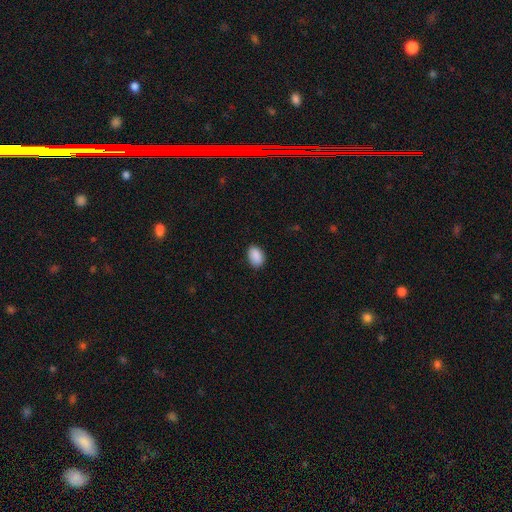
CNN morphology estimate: Smooth or featured?
  - smooth: 90% *
  - star or artifact: 7%
  - featured or disk: 3%
How rounded?
  - in between: 86% *
  - round: 13%
  - cigar-shaped: 1%
Merging?
  - none: 86% *
  - minor disturbance: 11%
  - major disturbance: 2%
  - merger: 1%